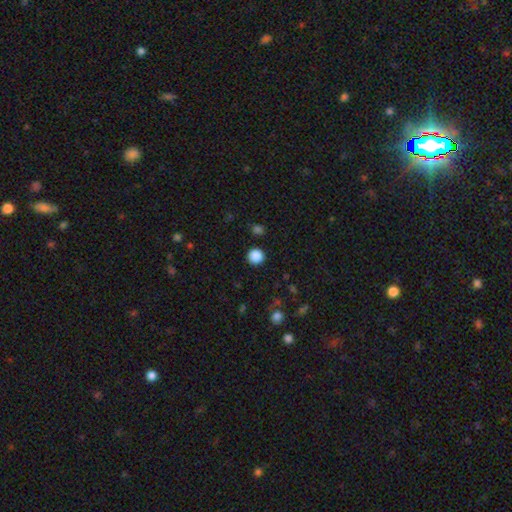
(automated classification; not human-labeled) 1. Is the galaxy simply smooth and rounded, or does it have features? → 87% smooth, 11% star or artifact, 3% featured or disk.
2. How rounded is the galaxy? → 94% round, 5% in between, 1% cigar-shaped.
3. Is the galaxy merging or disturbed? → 91% none, 5% minor disturbance, 2% major disturbance, 2% merger.